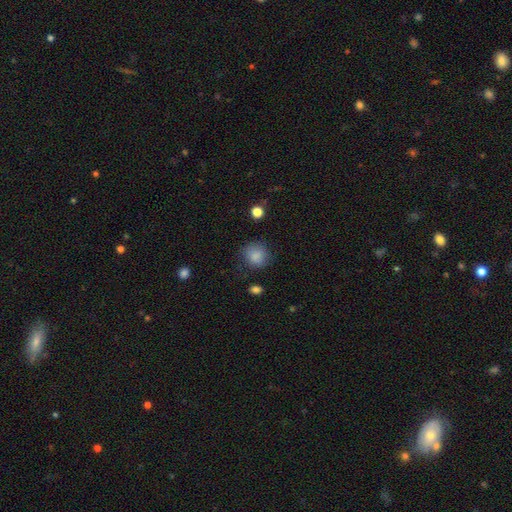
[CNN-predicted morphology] smooth-or-featured: smooth: 85% | star or artifact: 10% | featured or disk: 5%
  how-rounded: round: 82% | in between: 17% | cigar-shaped: 1%
  merging: none: 77% | minor disturbance: 16% | major disturbance: 5% | merger: 2%